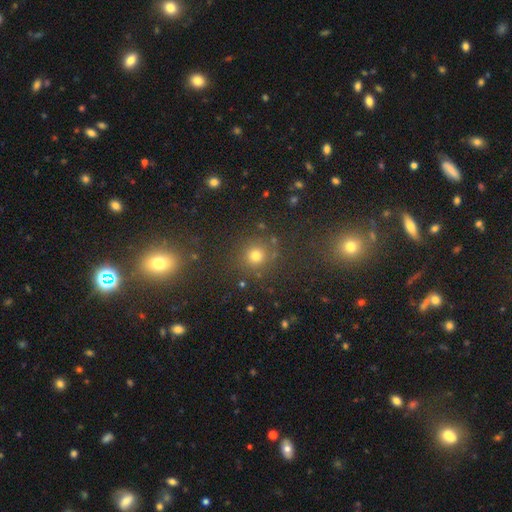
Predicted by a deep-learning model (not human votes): Q: Smooth or featured?
A: smooth (69%); runner-up: star or artifact (24%)
Q: How rounded?
A: round (91%); runner-up: in between (8%)
Q: Merging?
A: none (83%); runner-up: minor disturbance (8%)